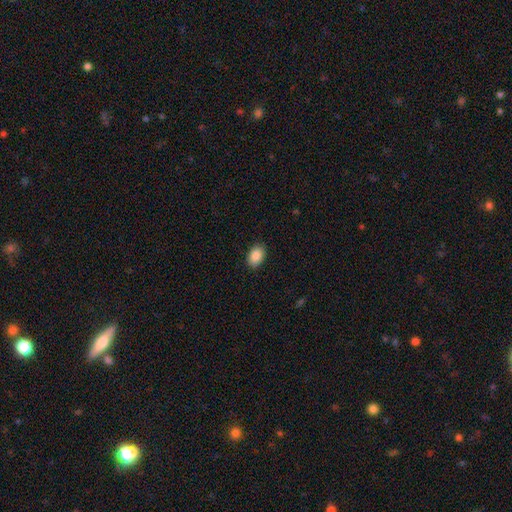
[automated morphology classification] Q: Smooth or featured?
A: smooth (88%); runner-up: star or artifact (8%)
Q: How rounded?
A: in between (85%); runner-up: round (14%)
Q: Merging?
A: none (88%); runner-up: minor disturbance (9%)